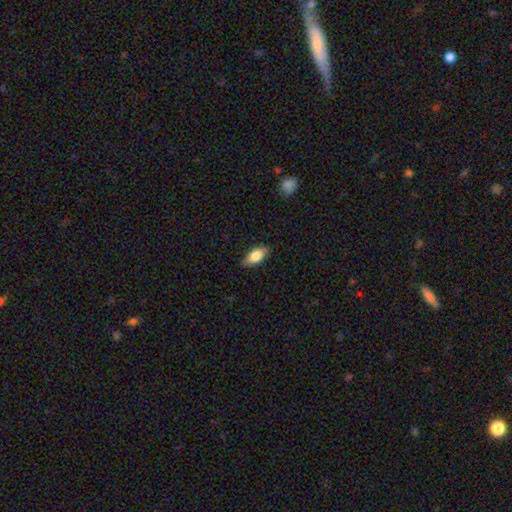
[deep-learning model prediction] Morphology: type=smooth (76%); roundness=in between (87%); merging=none (85%).